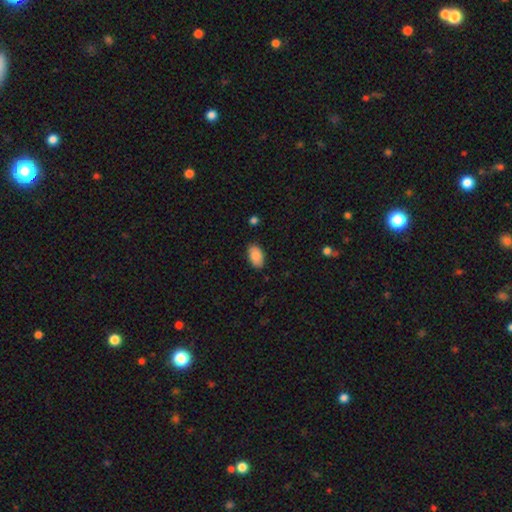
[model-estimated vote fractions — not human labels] smooth_or_featured: smooth (p=0.89) [alt: star or artifact p=0.07]
how_rounded: in between (p=0.94) [alt: round p=0.04]
merging: none (p=0.85) [alt: minor disturbance p=0.11]